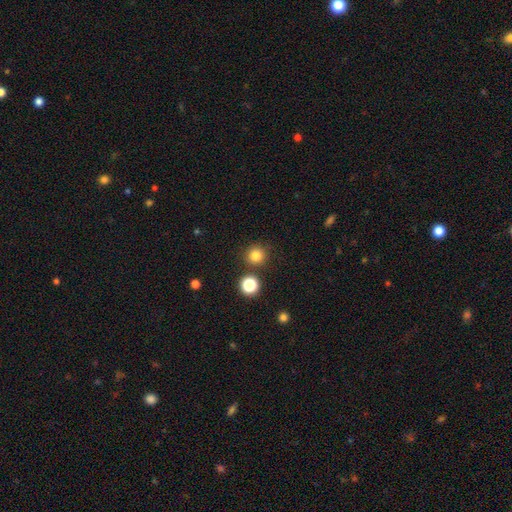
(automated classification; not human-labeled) Smooth or featured: smooth — 81% (star or artifact — 14%)
How rounded: round — 94% (in between — 5%)
Merging: none — 86% (minor disturbance — 7%)